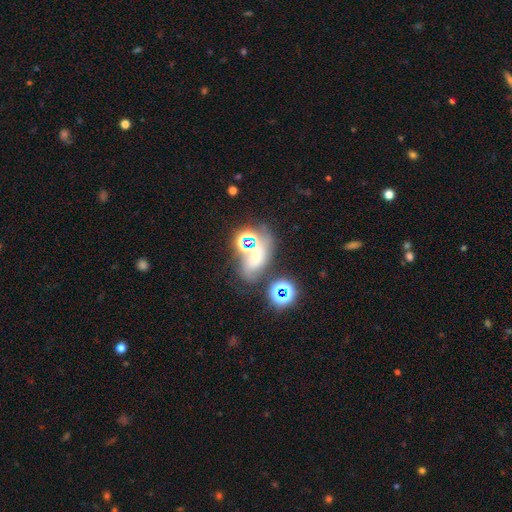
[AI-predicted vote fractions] Overall: smooth (35%; star or artifact 34%). Merging: none (49%; minor disturbance 19%).